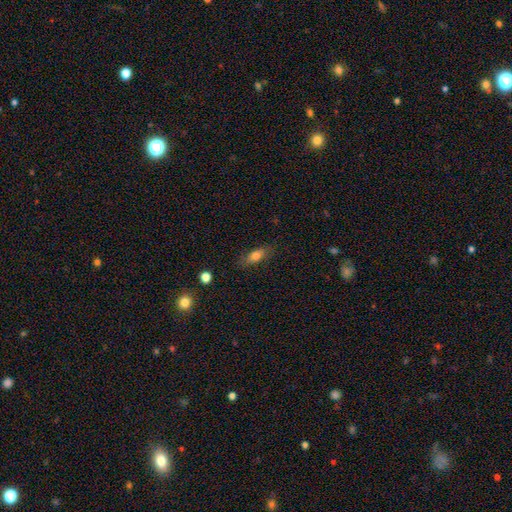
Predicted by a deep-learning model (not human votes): Smooth or featured?
  - smooth: 76% *
  - featured or disk: 15%
  - star or artifact: 9%
How rounded?
  - in between: 72% *
  - cigar-shaped: 23%
  - round: 4%
Merging?
  - none: 79% *
  - minor disturbance: 15%
  - major disturbance: 4%
  - merger: 1%